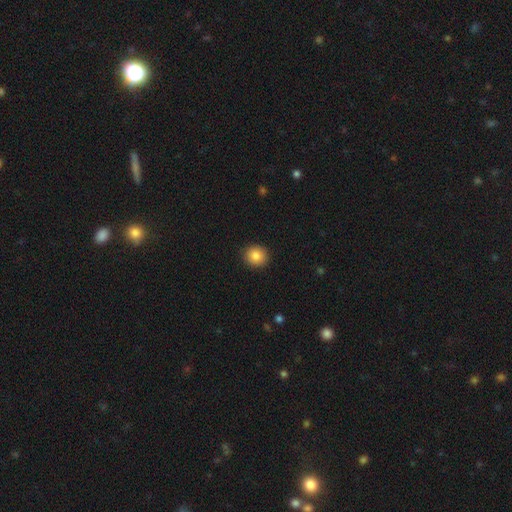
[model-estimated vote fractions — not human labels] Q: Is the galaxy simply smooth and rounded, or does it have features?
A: smooth — 86%.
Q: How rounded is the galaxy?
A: round — 86%.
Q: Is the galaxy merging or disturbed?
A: none — 91%.